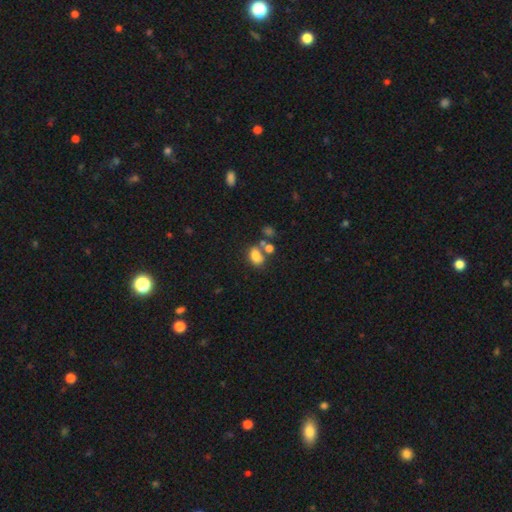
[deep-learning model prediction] Morphology: type=smooth (76%); roundness=in between (80%); merging=none (44%).